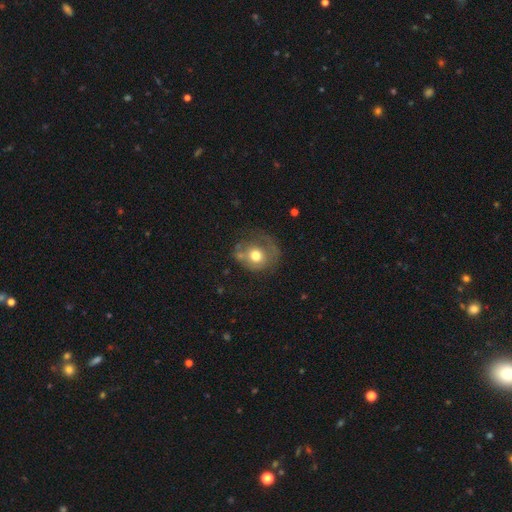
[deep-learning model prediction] Morphology: type=smooth (58%); roundness=round (75%); merging=none (45%).